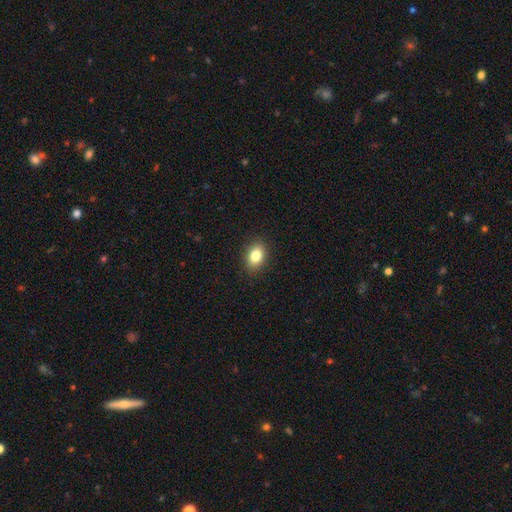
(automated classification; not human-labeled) smooth 83%, star or artifact 9%, featured or disk 8%. Down the decision tree: how rounded — in between (79%); merging — none (89%).